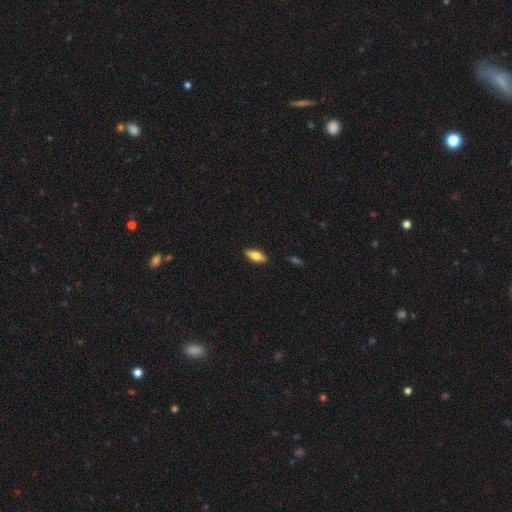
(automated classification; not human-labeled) This appears to be a smooth galaxy with no disk features (70%) that is in between round and cigar-shaped (76%). Merging: none (88%).